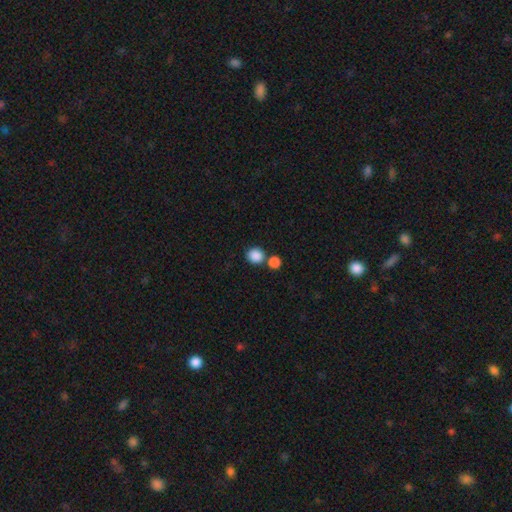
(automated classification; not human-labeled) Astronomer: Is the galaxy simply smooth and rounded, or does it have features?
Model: smooth — 87%.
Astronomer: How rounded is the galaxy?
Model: round — 86%.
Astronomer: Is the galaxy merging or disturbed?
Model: none — 63%.